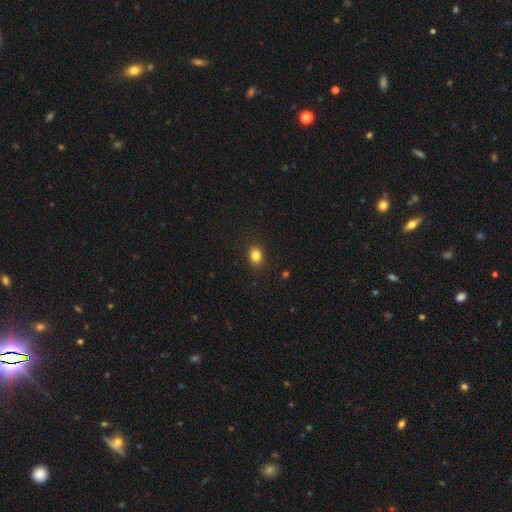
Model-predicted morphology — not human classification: A smooth galaxy with no disk features (83%) that is round (57%). Merging: none (89%).